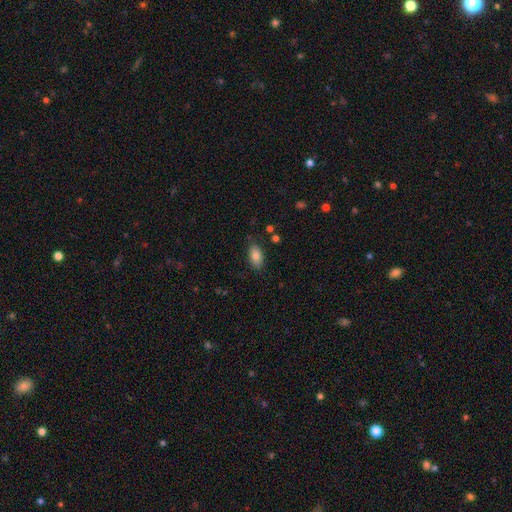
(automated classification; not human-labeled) smooth-or-featured: smooth: 82% | featured or disk: 11% | star or artifact: 8%
  how-rounded: in between: 92% | round: 5% | cigar-shaped: 3%
  merging: none: 82% | minor disturbance: 13% | major disturbance: 3% | merger: 2%